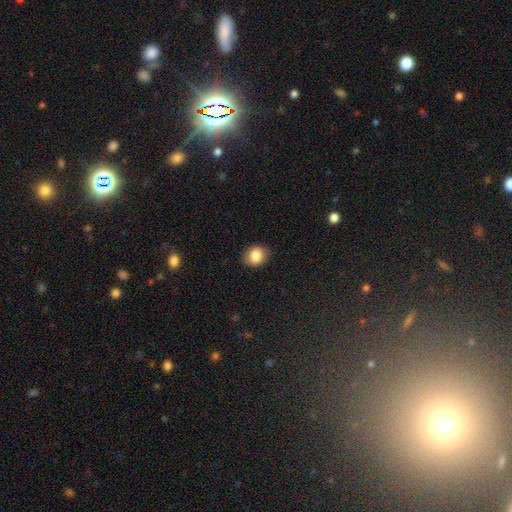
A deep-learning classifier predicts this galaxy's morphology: A smooth galaxy with no disk features (84%) that is round (61%).

Vote fractions:
- Smooth or featured? smooth: 84% / star or artifact: 9% / featured or disk: 7%
- How rounded? round: 61% / in between: 38% / cigar-shaped: 1%
- Merging? none: 87% / minor disturbance: 10% / major disturbance: 2% / merger: 1%